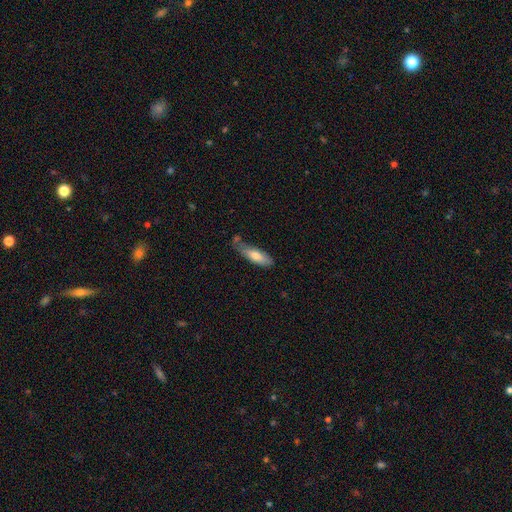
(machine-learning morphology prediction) type=smooth (71%); roundness=in between (56%); merging=none (54%).